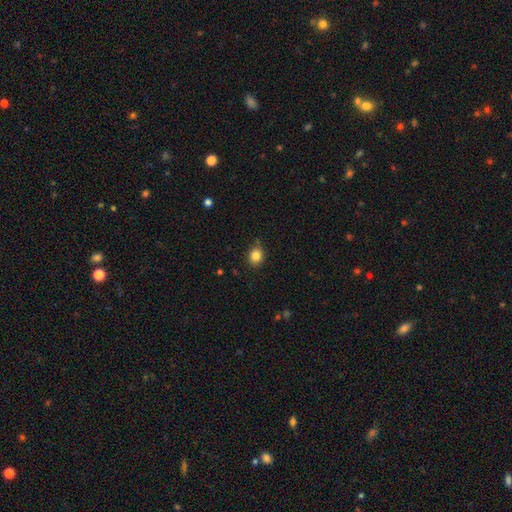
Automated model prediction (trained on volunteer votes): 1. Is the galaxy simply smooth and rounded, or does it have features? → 84% smooth, 11% star or artifact, 5% featured or disk.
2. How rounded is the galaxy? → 76% round, 24% in between, 1% cigar-shaped.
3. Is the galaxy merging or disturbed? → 82% none, 14% minor disturbance, 3% major disturbance, 2% merger.